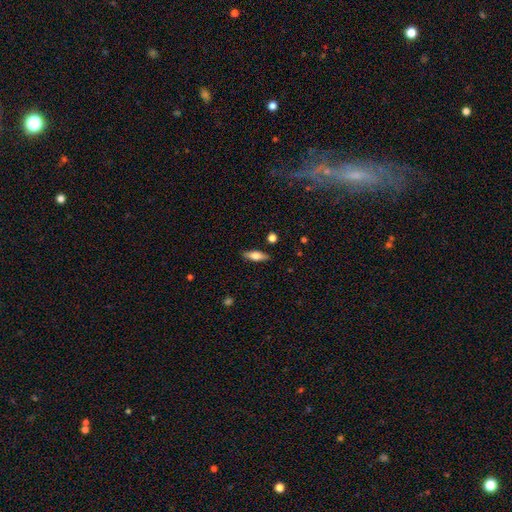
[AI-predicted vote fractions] A smooth galaxy with no disk features (65%) that is in between round and cigar-shaped (60%). Merging: none (87%).